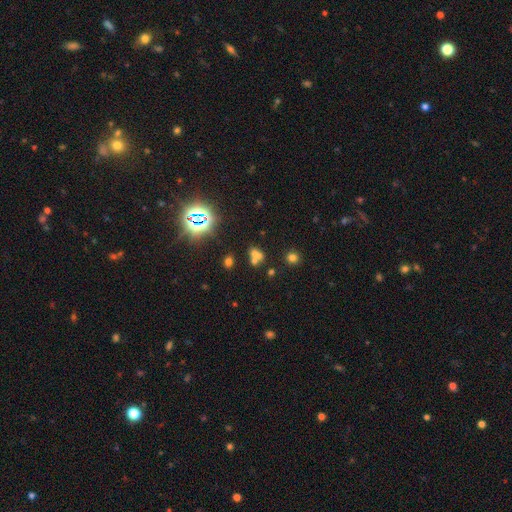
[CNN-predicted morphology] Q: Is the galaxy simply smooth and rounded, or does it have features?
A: smooth — 47%.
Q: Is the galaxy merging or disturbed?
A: merger — 53%.